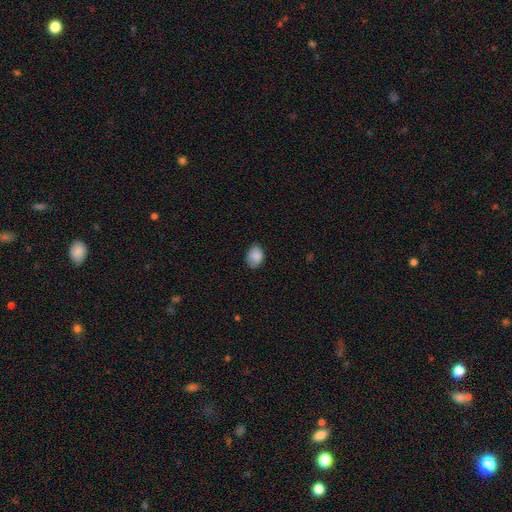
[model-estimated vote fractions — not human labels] A smooth galaxy with no disk features (86%) that is in between round and cigar-shaped (68%).

Vote fractions:
- Smooth or featured? smooth: 86% / star or artifact: 8% / featured or disk: 6%
- How rounded? in between: 68% / round: 31% / cigar-shaped: 1%
- Merging? none: 70% / minor disturbance: 24% / major disturbance: 4% / merger: 1%